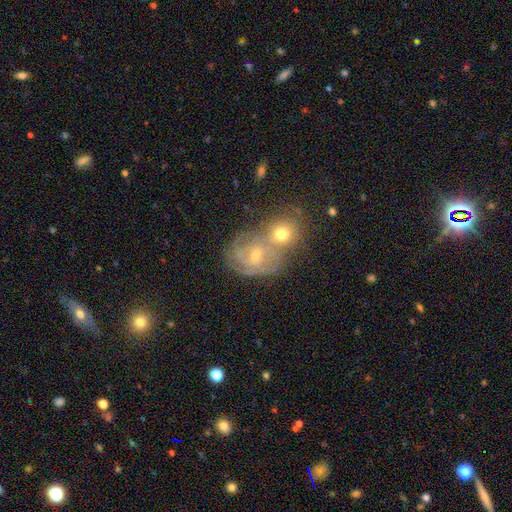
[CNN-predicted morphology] Smooth or featured: featured or disk — 75% (smooth — 16%)
Edge-on disk: no — 97% (yes — 3%)
Bar: no — 53% (weak — 39%)
Spiral arms: yes — 94% (no — 6%)
Spiral winding: tight — 60% (medium — 34%)
Spiral arm count: 3 — 30% (can't tell — 28%)
Bulge size: small — 62% (moderate — 34%)
Merging: merger — 44% (none — 39%)